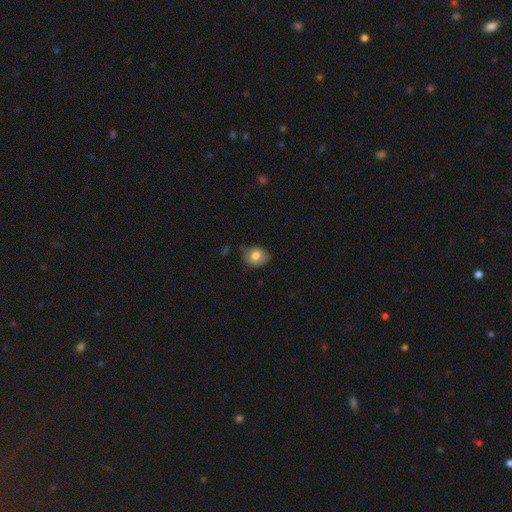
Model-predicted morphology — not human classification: This is likely a smooth galaxy (76%). How rounded: likely in between (60%). Merging: likely none (60%).